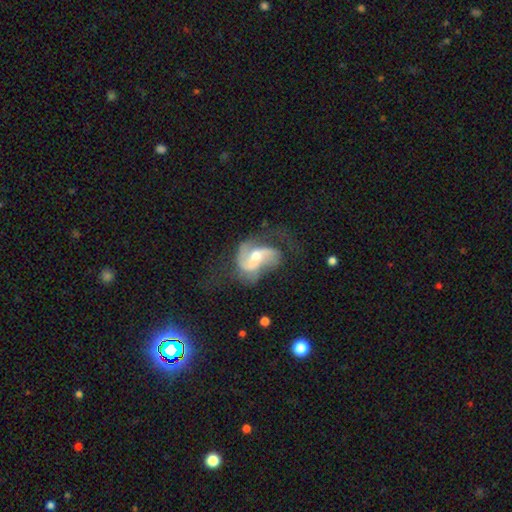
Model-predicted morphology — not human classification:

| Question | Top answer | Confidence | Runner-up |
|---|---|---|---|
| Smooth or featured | featured or disk | 83% | smooth (11%) |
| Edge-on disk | no | 97% | yes (3%) |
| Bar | weak | 44% | no (35%) |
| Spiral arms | yes | 94% | no (6%) |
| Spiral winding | loose | 46% | medium (42%) |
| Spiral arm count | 2 | 78% | 1 (7%) |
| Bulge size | moderate | 57% | small (35%) |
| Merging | none | 45% | major disturbance (30%) |